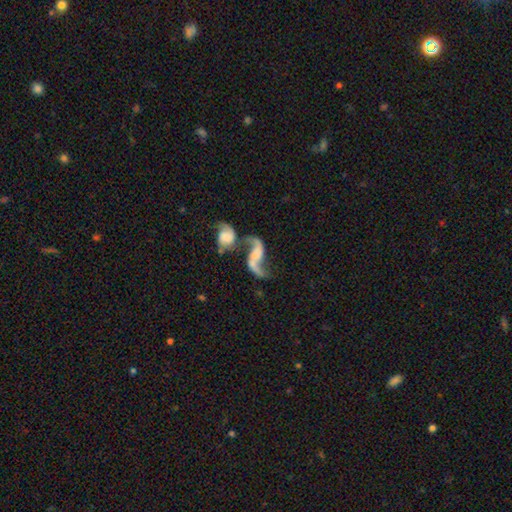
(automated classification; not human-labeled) smooth-or-featured: featured or disk: 81% | smooth: 12% | star or artifact: 7%
  disk-edge-on: no: 96% | yes: 4%
    bar: no: 54% | weak: 31% | strong: 15%
    has-spiral-arms: yes: 91% | no: 9%
      spiral-winding: loose: 89% | medium: 9% | tight: 2%
      spiral-arm-count: 2: 88% | 1: 7% | can't tell: 2% | 3: 1% | 4: 1% | more than 4: 1%
    bulge-size: none: 54% | small: 24% | moderate: 14% | large: 6% | dominant: 2%
  merging: merger: 47% | none: 28% | major disturbance: 14% | minor disturbance: 11%